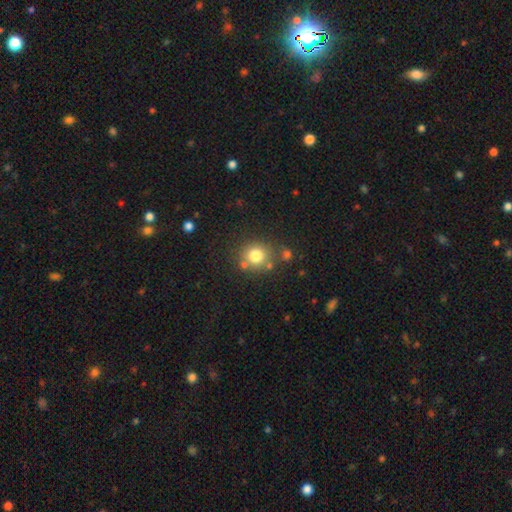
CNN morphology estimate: Smooth or featured? smooth (77%)
How rounded? round (87%)
Merging? none (74%)